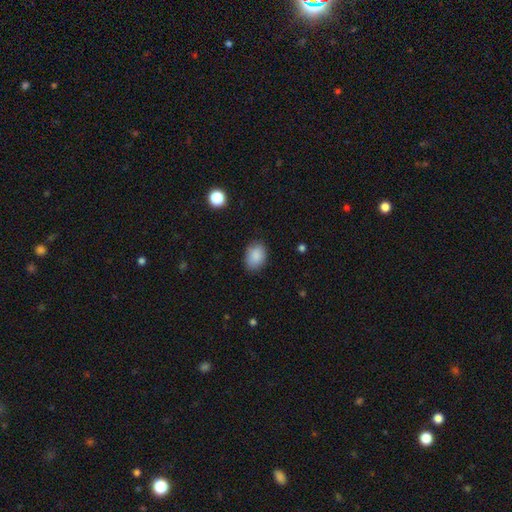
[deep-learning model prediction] Smooth or featured: smooth — 88% (star or artifact — 8%)
How rounded: in between — 77% (round — 22%)
Merging: none — 83% (minor disturbance — 13%)